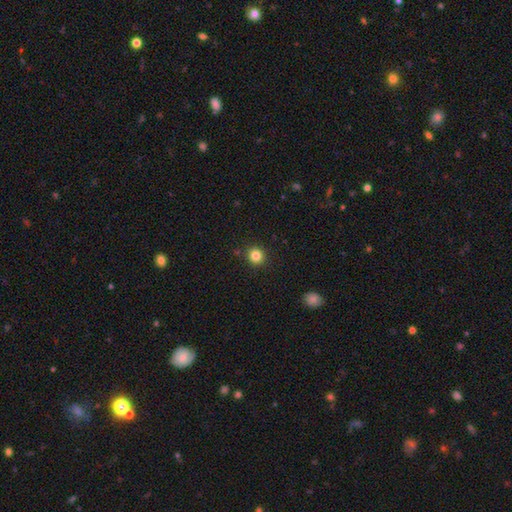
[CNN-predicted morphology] This appears to be a smooth galaxy with no disk features (83%) that is round (90%). Merging: none (90%).